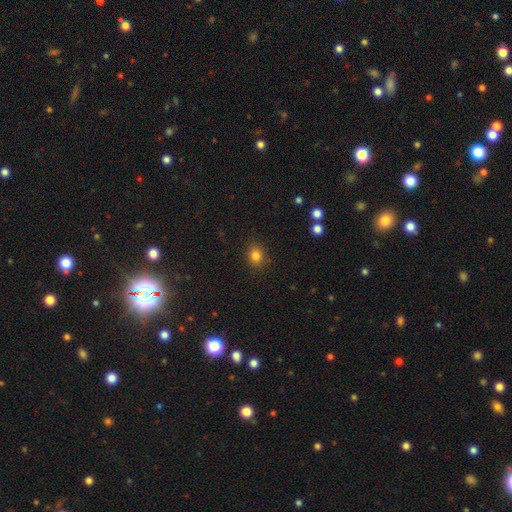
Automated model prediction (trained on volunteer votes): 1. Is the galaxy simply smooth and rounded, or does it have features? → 82% smooth, 12% star or artifact, 6% featured or disk.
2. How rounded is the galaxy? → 65% round, 34% in between, 1% cigar-shaped.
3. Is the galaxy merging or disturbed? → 88% none, 9% minor disturbance, 2% major disturbance, 1% merger.